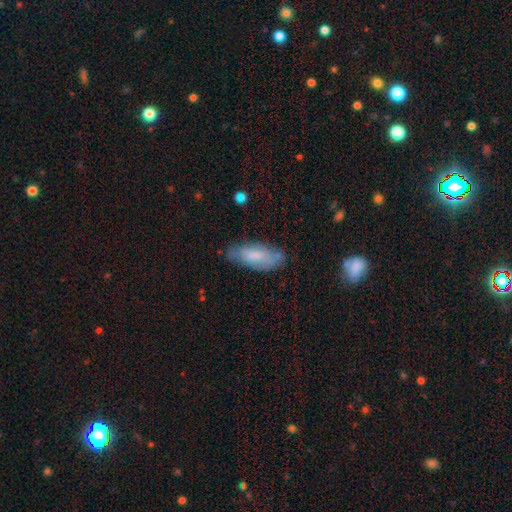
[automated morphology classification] This is likely a smooth galaxy (68%). How rounded: likely in between (72%). Merging: likely none (66%).